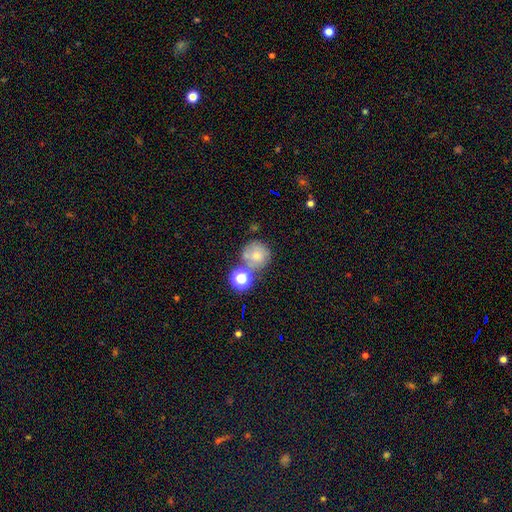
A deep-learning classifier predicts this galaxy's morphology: Smooth or featured? smooth (65%)
How rounded? round (89%)
Merging? none (51%)